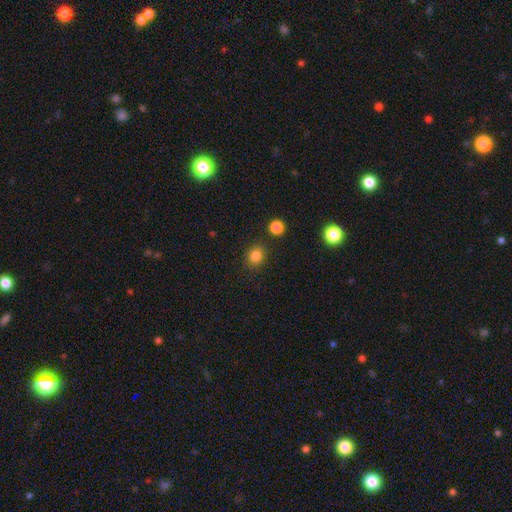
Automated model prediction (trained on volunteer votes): Smooth or featured?
  - smooth: 83% *
  - star or artifact: 13%
  - featured or disk: 5%
How rounded?
  - round: 74% *
  - in between: 25%
  - cigar-shaped: 1%
Merging?
  - none: 85% *
  - minor disturbance: 9%
  - merger: 3%
  - major disturbance: 3%